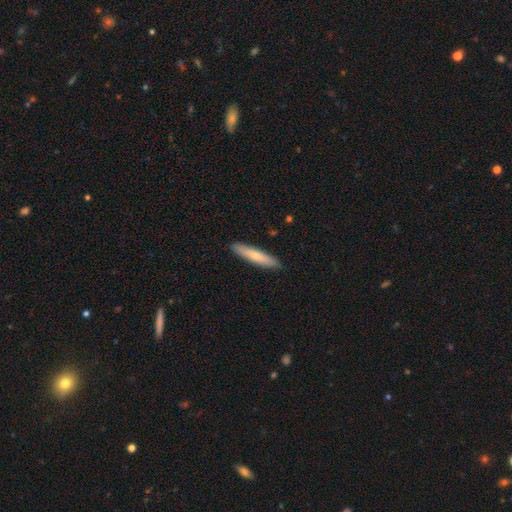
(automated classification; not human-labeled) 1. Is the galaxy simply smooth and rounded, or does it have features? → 65% smooth, 30% featured or disk, 5% star or artifact.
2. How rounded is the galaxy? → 87% cigar-shaped, 11% in between, 1% round.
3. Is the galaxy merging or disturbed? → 90% none, 7% minor disturbance, 1% major disturbance, 1% merger.